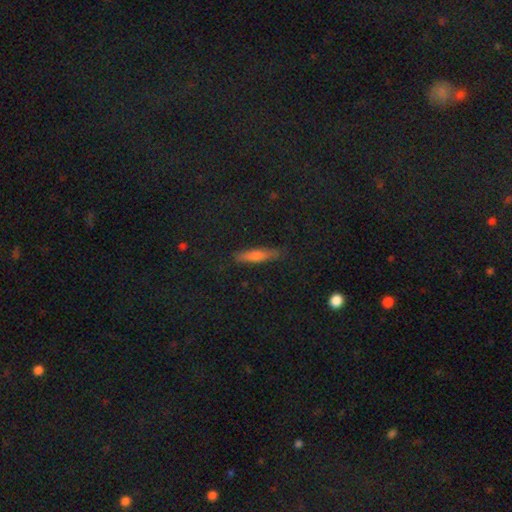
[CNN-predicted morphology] Smooth or featured? smooth (64%)
How rounded? cigar-shaped (80%)
Merging? none (87%)